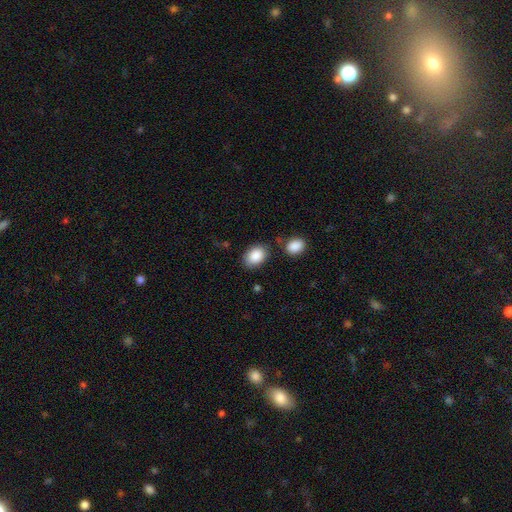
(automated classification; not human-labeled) A smooth galaxy with no disk features (88%) that is in between round and cigar-shaped (82%).

Vote fractions:
- Smooth or featured? smooth: 88% / star or artifact: 7% / featured or disk: 5%
- How rounded? in between: 82% / round: 17% / cigar-shaped: 1%
- Merging? none: 76% / minor disturbance: 14% / merger: 7% / major disturbance: 4%